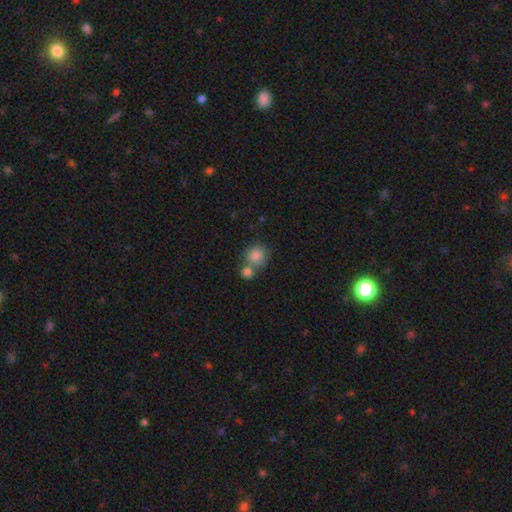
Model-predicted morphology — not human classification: The model was most divided on "merging": none: 50%, merger: 37%, minor disturbance: 9%, major disturbance: 3%. More confident: how rounded — round (86%); smooth or featured — smooth (84%).